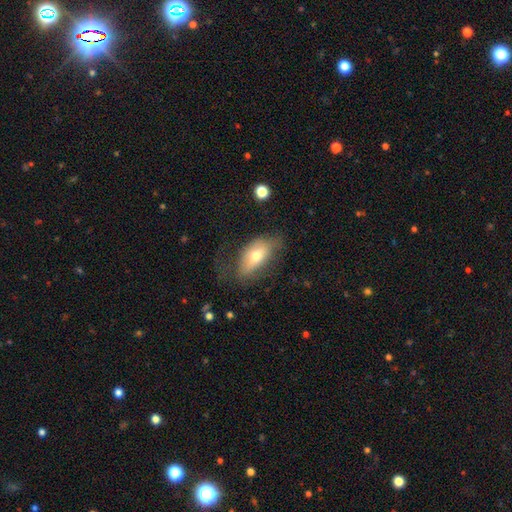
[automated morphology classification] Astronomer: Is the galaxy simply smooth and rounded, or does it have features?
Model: smooth — 64%.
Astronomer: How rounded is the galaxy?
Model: in between — 88%.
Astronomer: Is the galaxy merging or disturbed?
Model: none — 46% (runner-up: minor disturbance, 29%).